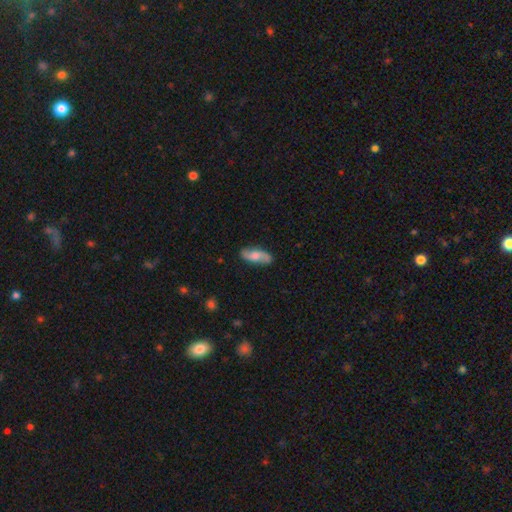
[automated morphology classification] A featured or disk galaxy (50%). Merging: none (81%).